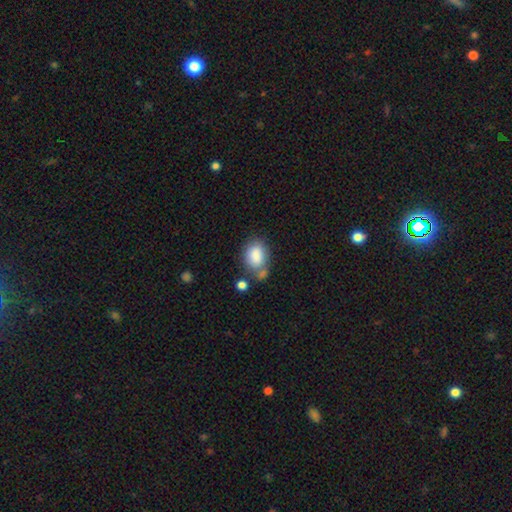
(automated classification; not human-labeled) Q: Smooth or featured?
A: smooth (85%); runner-up: star or artifact (8%)
Q: How rounded?
A: in between (73%); runner-up: round (26%)
Q: Merging?
A: none (52%); runner-up: merger (22%)